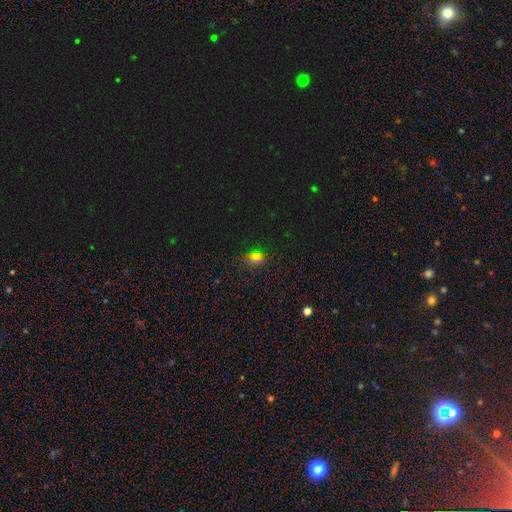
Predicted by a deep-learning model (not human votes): smooth-or-featured: star or artifact: 55% | smooth: 37% | featured or disk: 8%